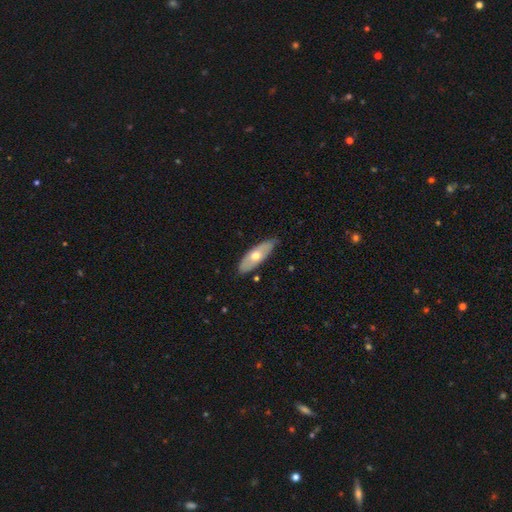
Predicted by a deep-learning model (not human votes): A smooth galaxy with no disk features (51%) that is in between round and cigar-shaped (68%).

Vote fractions:
- Smooth or featured? smooth: 51% / featured or disk: 43% / star or artifact: 5%
- How rounded? in between: 68% / cigar-shaped: 29% / round: 3%
- Merging? none: 80% / minor disturbance: 16% / major disturbance: 3% / merger: 1%